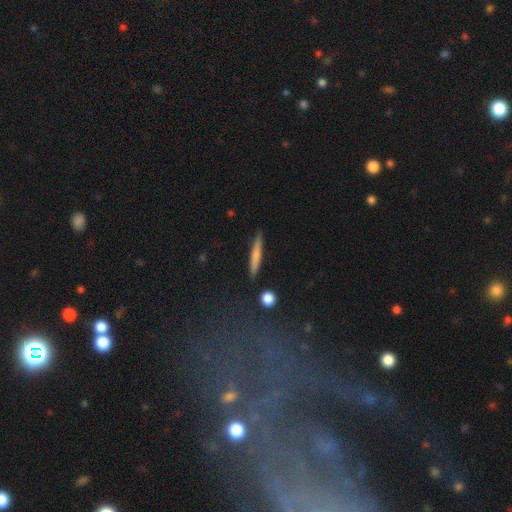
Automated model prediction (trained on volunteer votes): This is likely a smooth galaxy (68%). How rounded: clearly cigar-shaped (94%). Merging: clearly none (89%).